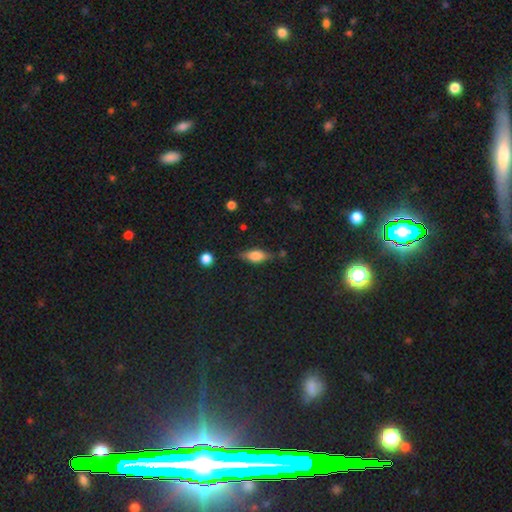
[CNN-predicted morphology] smooth 62%, featured or disk 29%, star or artifact 9%. Down the decision tree: how rounded — in between (69%); merging — none (73%).